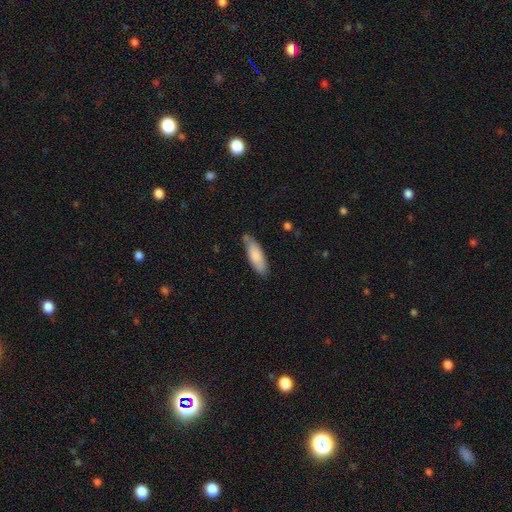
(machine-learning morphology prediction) Q: Smooth or featured?
A: smooth (83%); runner-up: featured or disk (12%)
Q: How rounded?
A: in between (54%); runner-up: cigar-shaped (44%)
Q: Merging?
A: none (69%); runner-up: minor disturbance (22%)